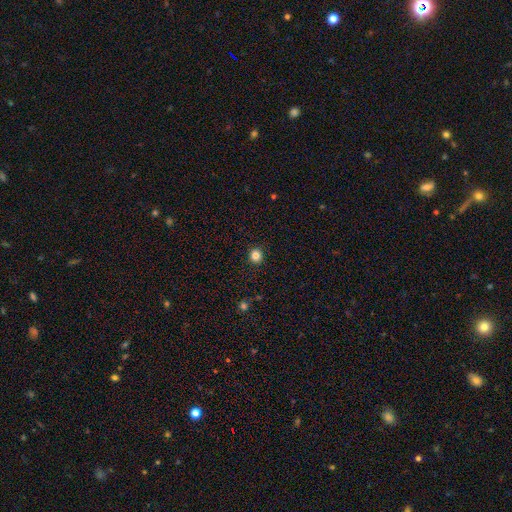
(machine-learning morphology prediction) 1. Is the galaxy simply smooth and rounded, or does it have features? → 82% smooth, 12% star or artifact, 5% featured or disk.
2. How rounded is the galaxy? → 91% round, 8% in between, 1% cigar-shaped.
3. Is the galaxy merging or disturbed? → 92% none, 5% minor disturbance, 2% major disturbance, 1% merger.